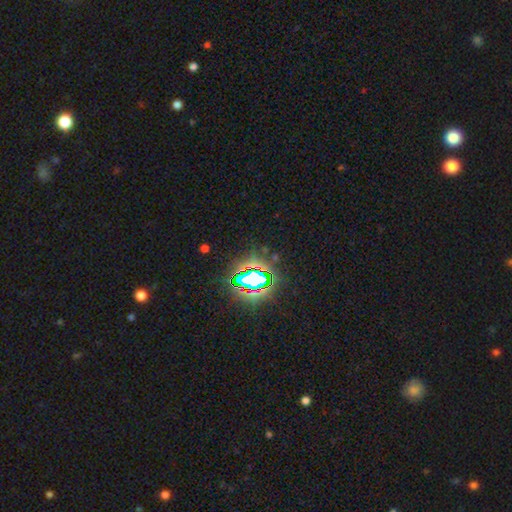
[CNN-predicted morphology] This is clearly a star or artifact rather than a galaxy (83%).